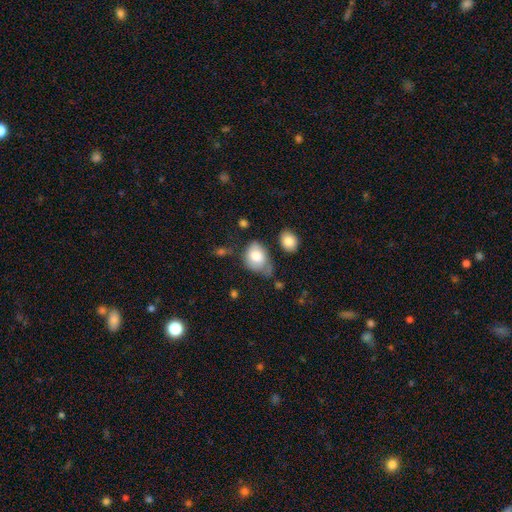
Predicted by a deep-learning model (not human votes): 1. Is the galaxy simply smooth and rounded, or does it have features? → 75% smooth, 18% featured or disk, 7% star or artifact.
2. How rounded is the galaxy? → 68% in between, 31% round, 1% cigar-shaped.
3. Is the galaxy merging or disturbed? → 37% minor disturbance, 35% none, 19% major disturbance, 8% merger.